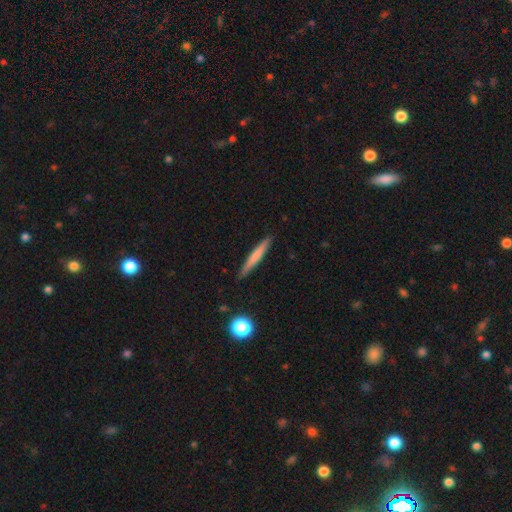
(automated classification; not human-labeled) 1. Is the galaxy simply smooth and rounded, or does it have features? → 64% smooth, 30% featured or disk, 6% star or artifact.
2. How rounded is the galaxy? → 96% cigar-shaped, 3% in between, 1% round.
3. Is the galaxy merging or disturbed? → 90% none, 8% minor disturbance, 1% major disturbance, 1% merger.